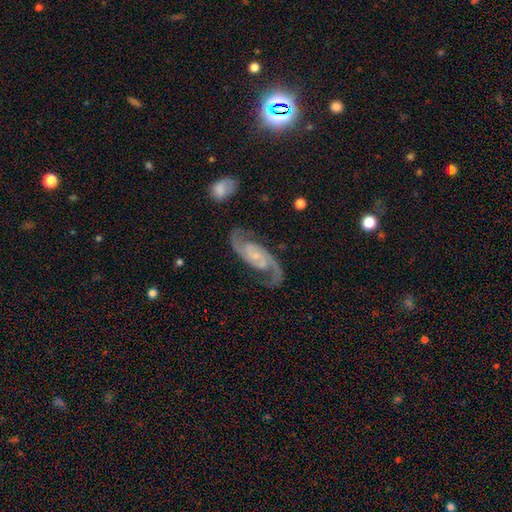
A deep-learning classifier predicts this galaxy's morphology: This appears to be a featured or disk galaxy (91%) with no bar (50%), 2 (94%) medium (54%) spiral arms (98%) and a small central bulge (63%). Merging: none (77%).